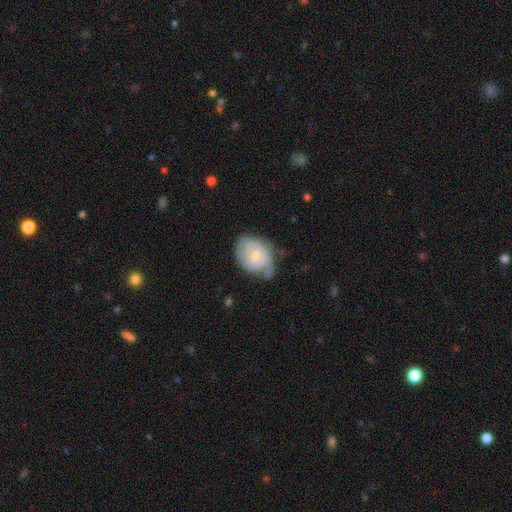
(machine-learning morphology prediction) smooth-or-featured: featured or disk: 64% | smooth: 30% | star or artifact: 6%
  disk-edge-on: no: 97% | yes: 3%
    bar: no: 63% | weak: 32% | strong: 4%
    has-spiral-arms: yes: 87% | no: 13%
      spiral-winding: tight: 53% | medium: 34% | loose: 13%
      spiral-arm-count: 2: 38% | can't tell: 33% | 3: 13% | 1: 10% | 4: 3% | more than 4: 3%
    bulge-size: small: 59% | moderate: 35% | none: 3% | large: 2% | dominant: 1%
  merging: none: 48% | minor disturbance: 33% | major disturbance: 15% | merger: 4%